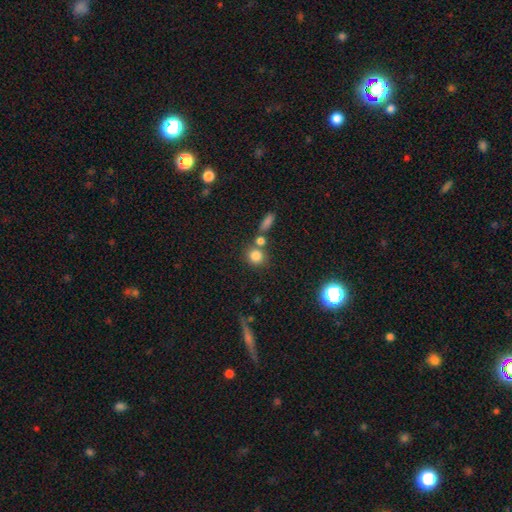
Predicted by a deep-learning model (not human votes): Q: Smooth or featured?
A: smooth (80%); runner-up: star or artifact (13%)
Q: How rounded?
A: round (84%); runner-up: in between (14%)
Q: Merging?
A: none (62%); runner-up: merger (24%)